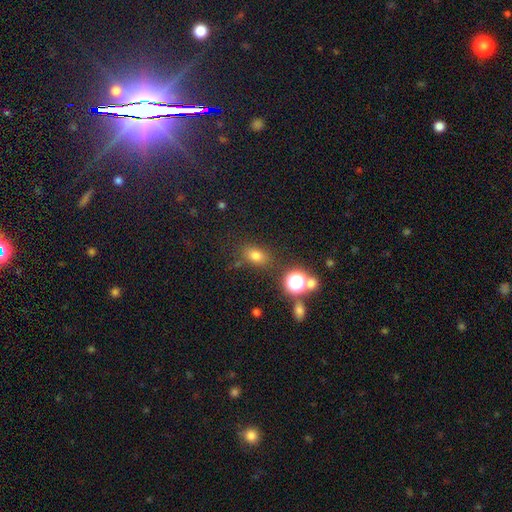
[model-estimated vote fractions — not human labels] This appears to be a smooth galaxy with no disk features (72%) that is in between round and cigar-shaped (65%). Merging: none (78%).